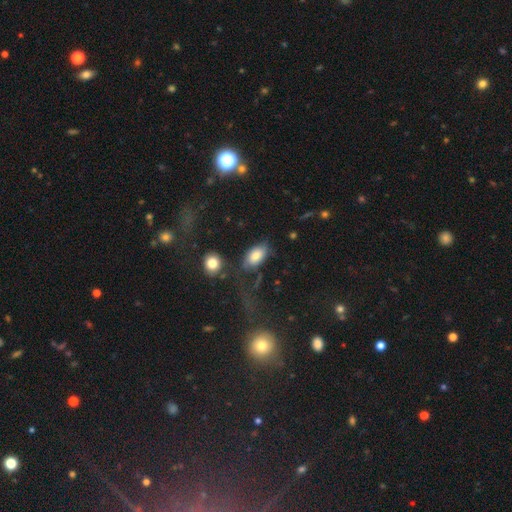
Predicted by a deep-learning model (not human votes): Smooth or featured: smooth — 75% (featured or disk — 17%)
How rounded: in between — 92% (round — 5%)
Merging: none — 54% (minor disturbance — 23%)